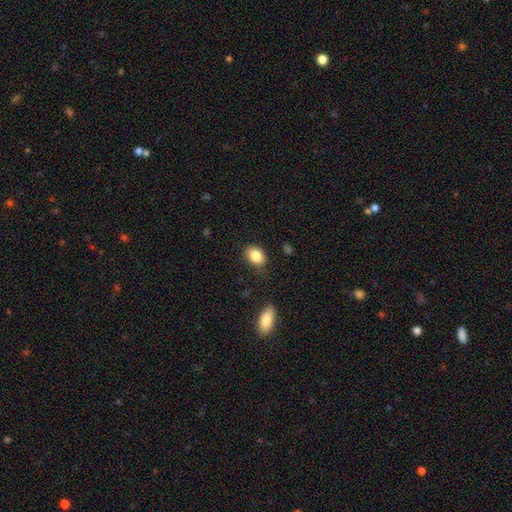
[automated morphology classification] Smooth or featured: smooth — 85% (star or artifact — 9%)
How rounded: in between — 72% (round — 27%)
Merging: none — 79% (minor disturbance — 16%)